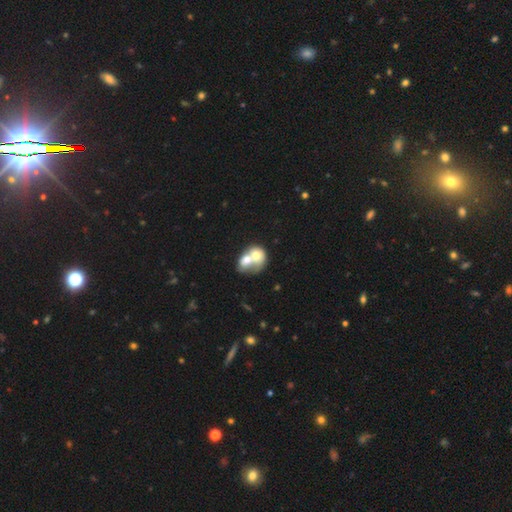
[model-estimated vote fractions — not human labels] Overall: smooth (60%; featured or disk 33%). How rounded: round (50%; in between 49%). Merging: merger (81%).